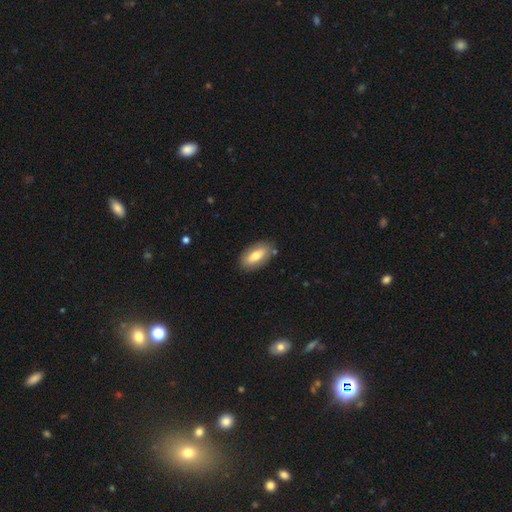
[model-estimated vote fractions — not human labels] smooth 69%, featured or disk 24%, star or artifact 6%. Down the decision tree: how rounded — in between (88%); merging — none (83%).